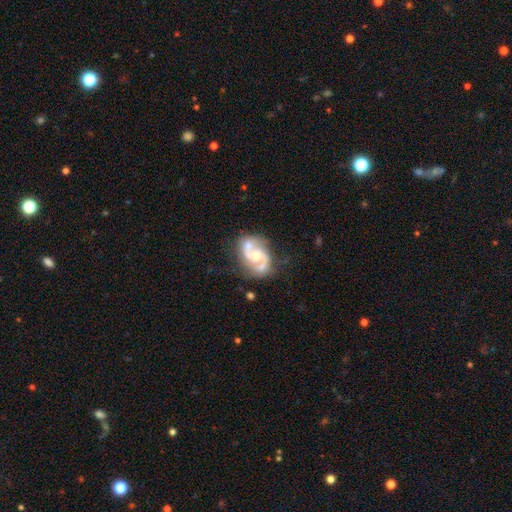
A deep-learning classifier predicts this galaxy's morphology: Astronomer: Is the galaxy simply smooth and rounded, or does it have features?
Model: featured or disk — 85%.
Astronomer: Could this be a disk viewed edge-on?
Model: no — 98%.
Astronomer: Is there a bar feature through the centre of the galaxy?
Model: no — 60%.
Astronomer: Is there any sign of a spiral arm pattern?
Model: yes — 94%.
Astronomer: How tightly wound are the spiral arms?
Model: medium — 58%.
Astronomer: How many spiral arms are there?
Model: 2 — 89%.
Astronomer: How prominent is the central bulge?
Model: moderate — 62%.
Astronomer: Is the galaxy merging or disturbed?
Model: none — 51%.